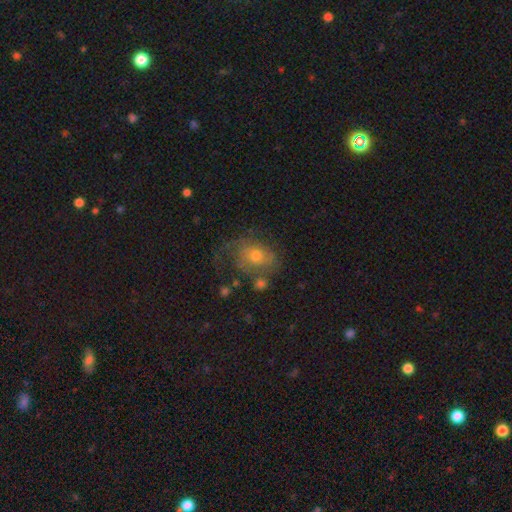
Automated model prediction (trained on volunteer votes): This appears to be a smooth galaxy with no disk features (44%, tied with featured or disk). Merging: none (41%).